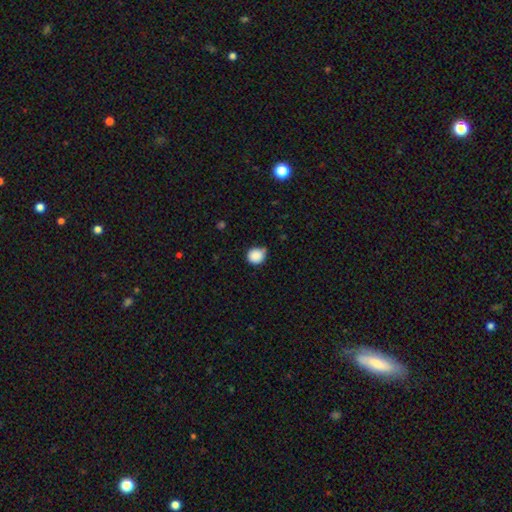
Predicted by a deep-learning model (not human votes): This is clearly a smooth galaxy (86%). How rounded: clearly round (90%). Merging: likely none (66%).